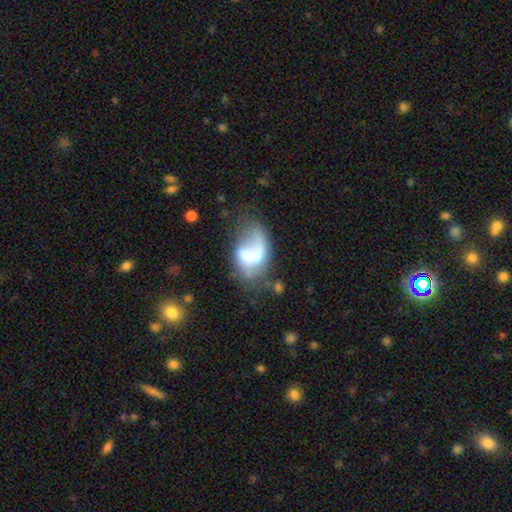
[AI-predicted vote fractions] Smooth or featured: smooth — 49% (featured or disk — 43%)
Merging: major disturbance — 46% (none — 24%)